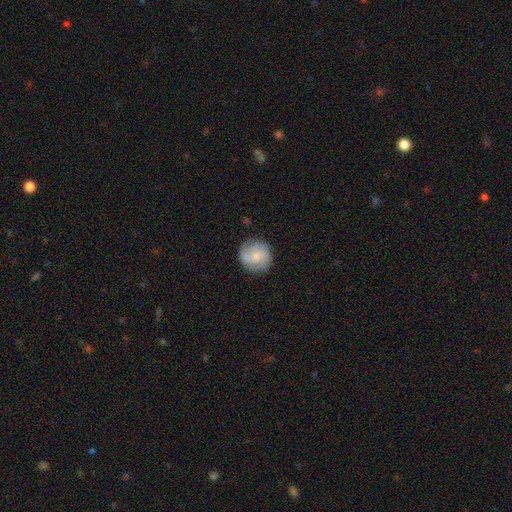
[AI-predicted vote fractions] Morphology: type=smooth (52%); roundness=round (91%); merging=none (77%).